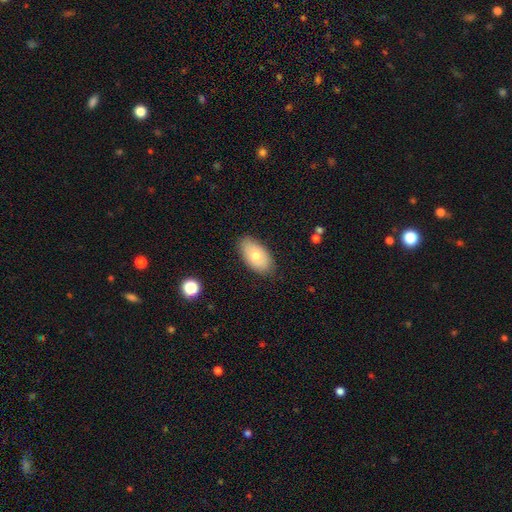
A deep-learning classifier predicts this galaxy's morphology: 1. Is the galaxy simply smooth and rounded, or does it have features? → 70% smooth, 23% featured or disk, 7% star or artifact.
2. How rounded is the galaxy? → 93% in between, 5% round, 2% cigar-shaped.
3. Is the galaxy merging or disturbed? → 83% none, 13% minor disturbance, 3% major disturbance, 1% merger.